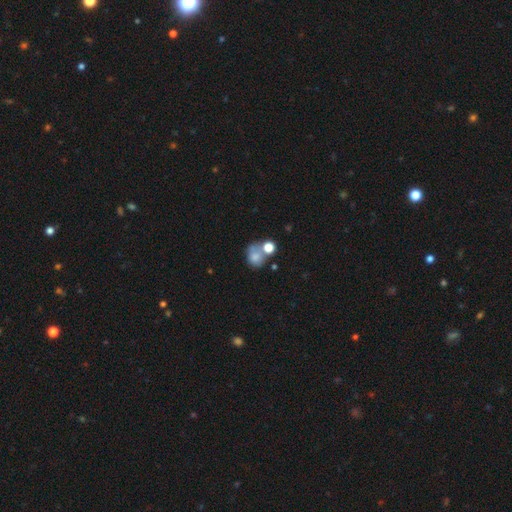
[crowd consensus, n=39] Morphology: type=smooth (77%); roundness=round (60%); merging=merger (57%).